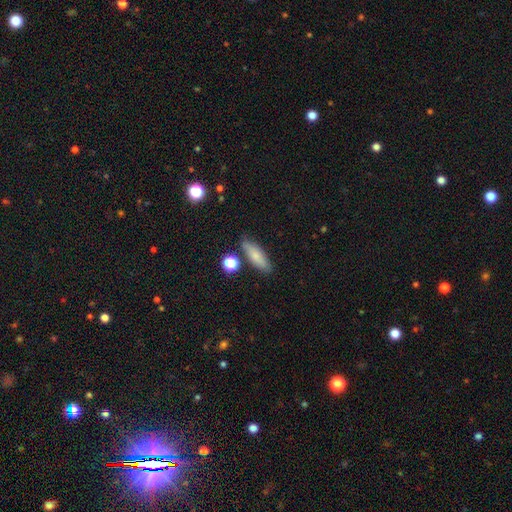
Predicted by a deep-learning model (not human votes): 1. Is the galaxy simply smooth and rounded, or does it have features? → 74% smooth, 18% featured or disk, 8% star or artifact.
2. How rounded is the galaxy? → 49% in between, 47% cigar-shaped, 4% round.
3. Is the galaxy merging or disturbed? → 77% none, 14% minor disturbance, 6% merger, 3% major disturbance.